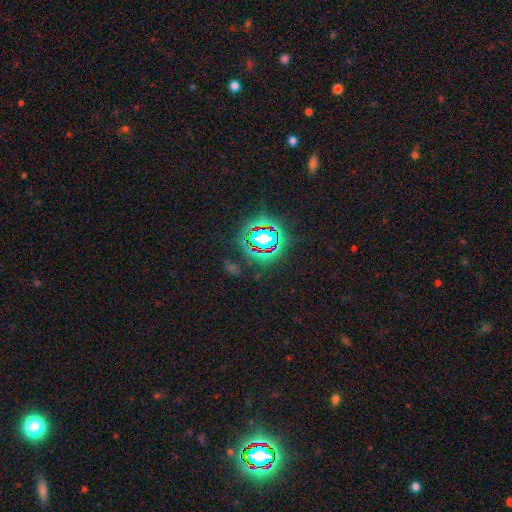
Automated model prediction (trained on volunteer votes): A star or artifact, not a galaxy (83%).